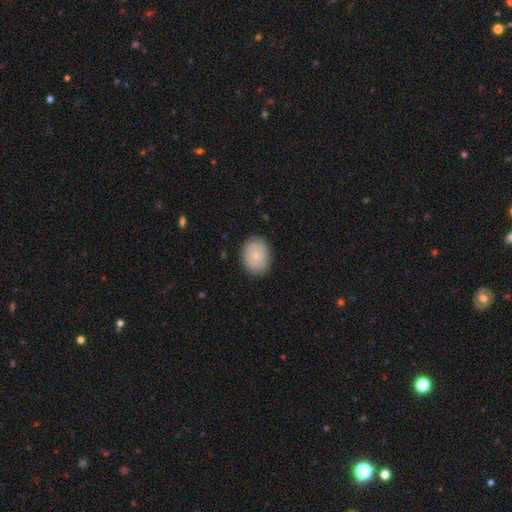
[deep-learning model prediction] Overall: smooth (77%). How rounded: in between (63%; round 36%). Merging: none (86%).